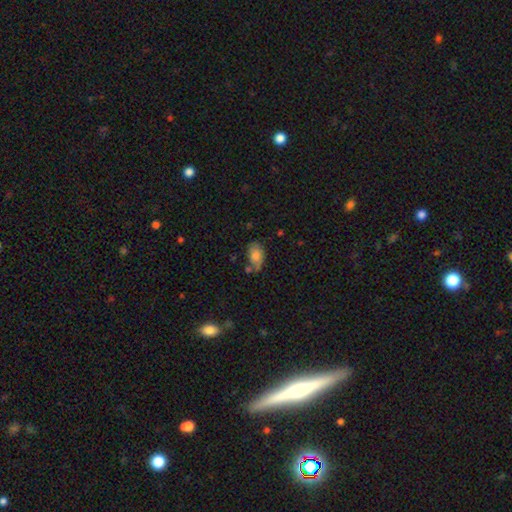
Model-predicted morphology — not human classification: Smooth or featured?
  - smooth: 78% *
  - featured or disk: 13%
  - star or artifact: 9%
How rounded?
  - in between: 87% *
  - round: 11%
  - cigar-shaped: 2%
Merging?
  - none: 51% *
  - minor disturbance: 27%
  - merger: 13%
  - major disturbance: 8%